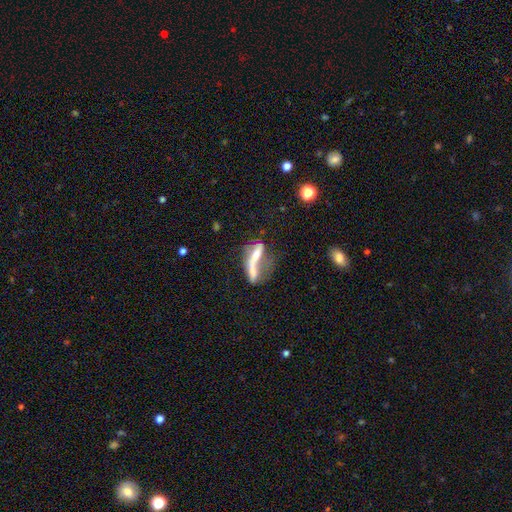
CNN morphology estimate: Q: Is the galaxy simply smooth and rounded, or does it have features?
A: featured or disk — 49%.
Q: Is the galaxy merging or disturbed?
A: merger — 50%.